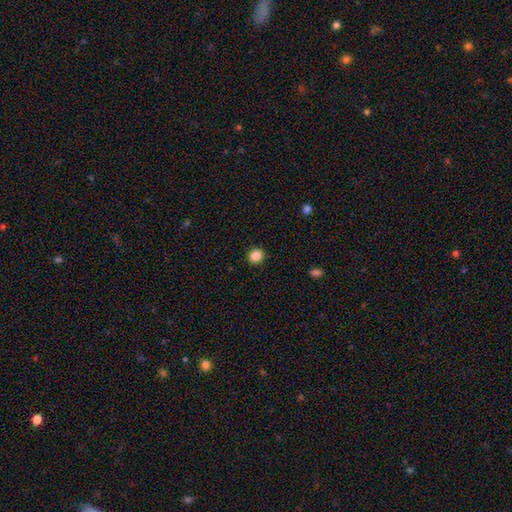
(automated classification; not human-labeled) Q: Smooth or featured?
A: smooth (87%); runner-up: star or artifact (10%)
Q: How rounded?
A: round (80%); runner-up: in between (19%)
Q: Merging?
A: none (91%); runner-up: minor disturbance (6%)